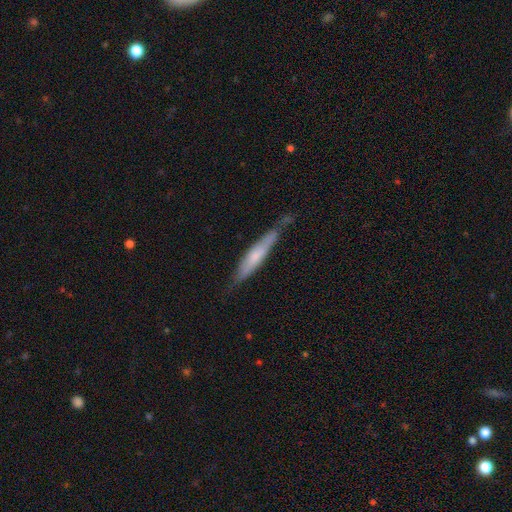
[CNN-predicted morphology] Smooth or featured?
  - smooth: 53% *
  - featured or disk: 41%
  - star or artifact: 6%
How rounded?
  - cigar-shaped: 89% *
  - in between: 10%
  - round: 1%
Merging?
  - none: 68% *
  - minor disturbance: 23%
  - major disturbance: 5%
  - merger: 3%